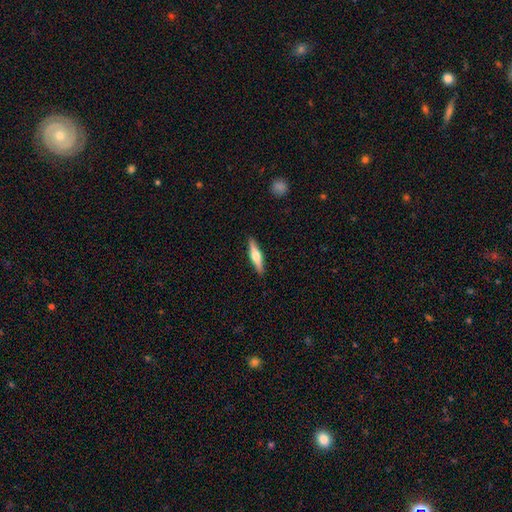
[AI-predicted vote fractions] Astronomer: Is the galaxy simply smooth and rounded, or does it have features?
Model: featured or disk — 51% (runner-up: smooth, 44%).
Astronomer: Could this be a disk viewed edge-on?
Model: yes — 95%.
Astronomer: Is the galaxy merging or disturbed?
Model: none — 90%.